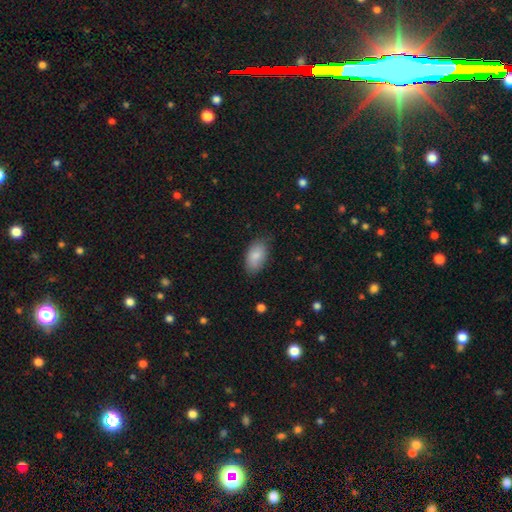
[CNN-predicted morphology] Smooth or featured? Predicted: smooth (p=0.86). How rounded? Predicted: in between (p=0.94). Merging? Predicted: none (p=0.78).